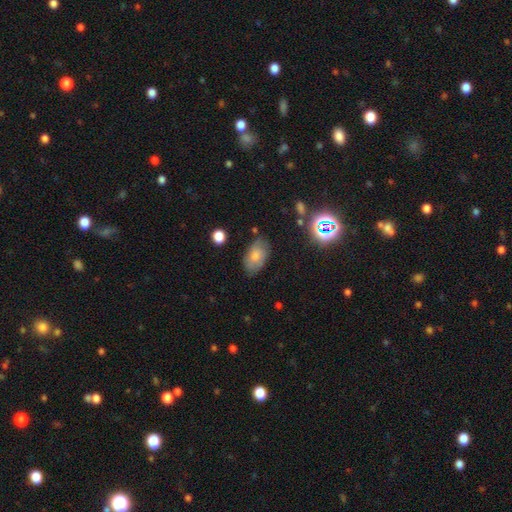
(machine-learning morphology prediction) Q: Smooth or featured?
A: smooth (73%); runner-up: featured or disk (17%)
Q: How rounded?
A: in between (92%); runner-up: round (6%)
Q: Merging?
A: none (75%); runner-up: minor disturbance (18%)